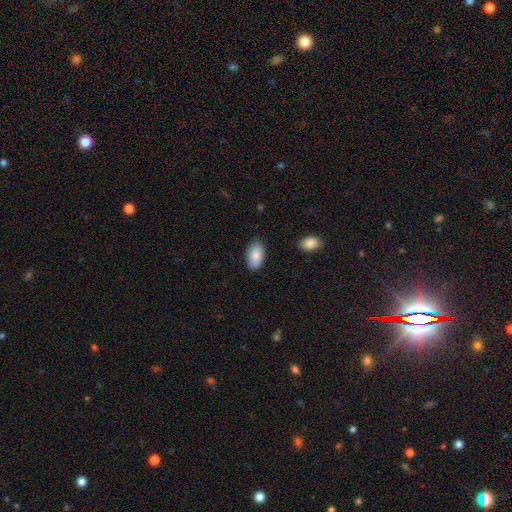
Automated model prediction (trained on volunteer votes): Smooth or featured? Predicted: smooth (p=0.85). How rounded? Predicted: in between (p=0.95). Merging? Predicted: none (p=0.80).